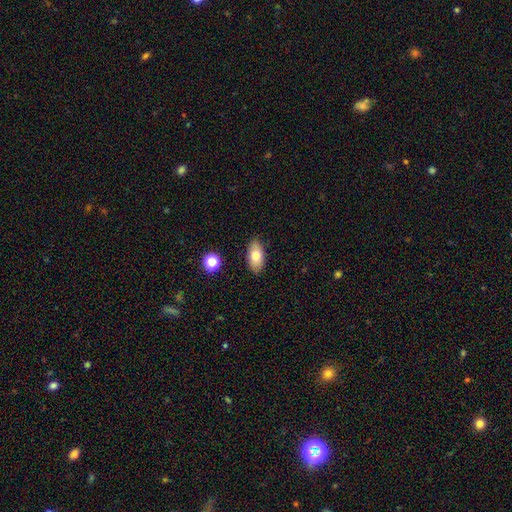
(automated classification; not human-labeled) Smooth or featured: smooth — 74% (featured or disk — 18%)
How rounded: in between — 90% (round — 5%)
Merging: none — 88% (minor disturbance — 9%)